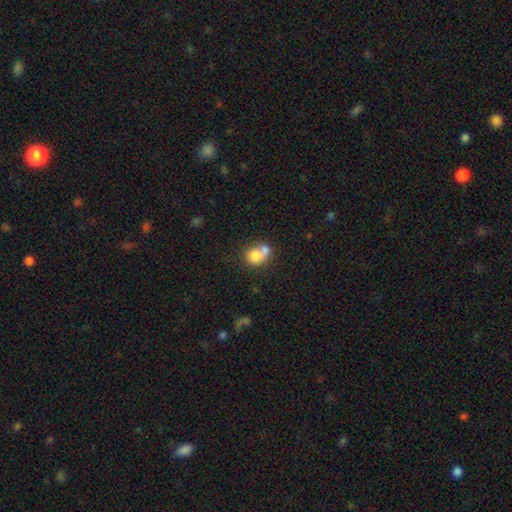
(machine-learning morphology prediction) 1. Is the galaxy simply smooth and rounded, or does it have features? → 73% smooth, 17% featured or disk, 10% star or artifact.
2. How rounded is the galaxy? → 57% round, 42% in between, 1% cigar-shaped.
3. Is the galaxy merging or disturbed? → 59% merger, 25% none, 10% minor disturbance, 7% major disturbance.